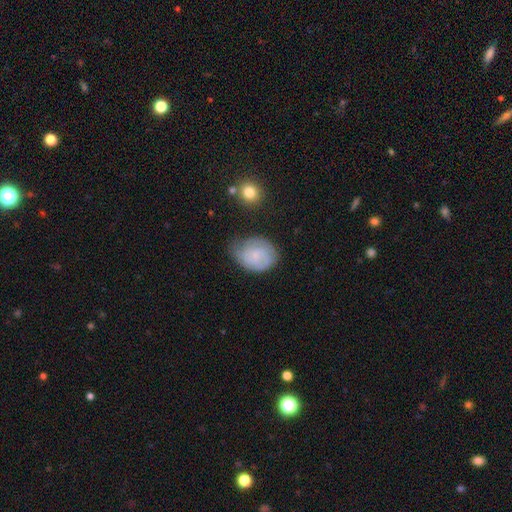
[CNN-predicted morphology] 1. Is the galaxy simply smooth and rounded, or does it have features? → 49% featured or disk, 43% smooth, 8% star or artifact.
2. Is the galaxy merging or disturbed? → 55% none, 32% minor disturbance, 11% major disturbance, 2% merger.